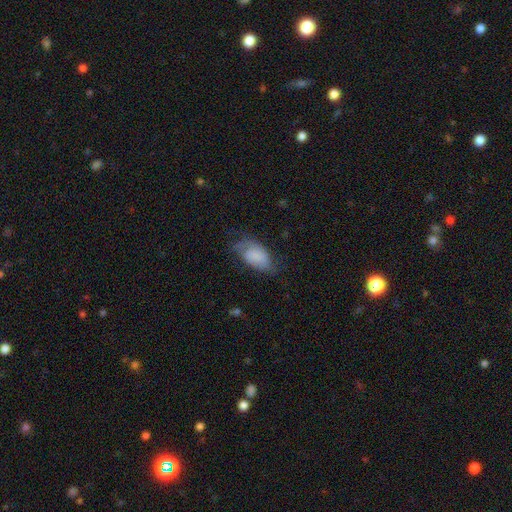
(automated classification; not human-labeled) Smooth or featured: smooth — 57% (featured or disk — 35%)
How rounded: in between — 93% (round — 5%)
Merging: none — 47% (minor disturbance — 32%)